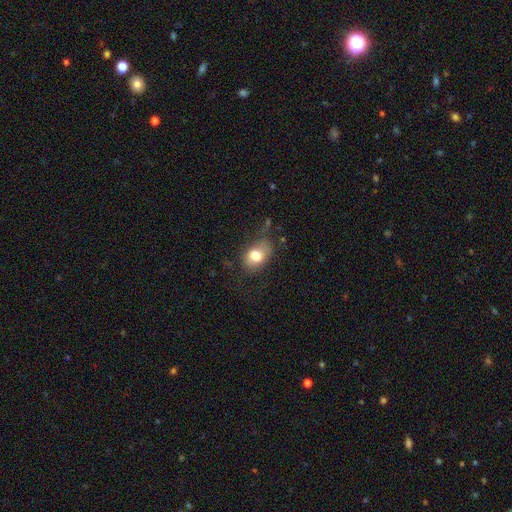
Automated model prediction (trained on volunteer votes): Smooth or featured? smooth (76%)
How rounded? in between (71%)
Merging? none (61%)